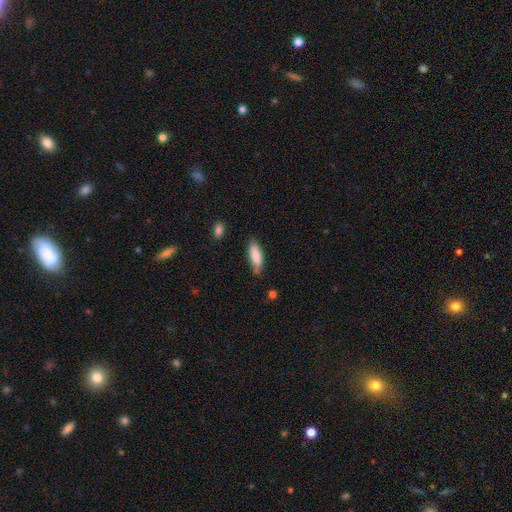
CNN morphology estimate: Smooth or featured: smooth — 84% (featured or disk — 10%)
How rounded: in between — 62% (cigar-shaped — 36%)
Merging: none — 72% (minor disturbance — 21%)